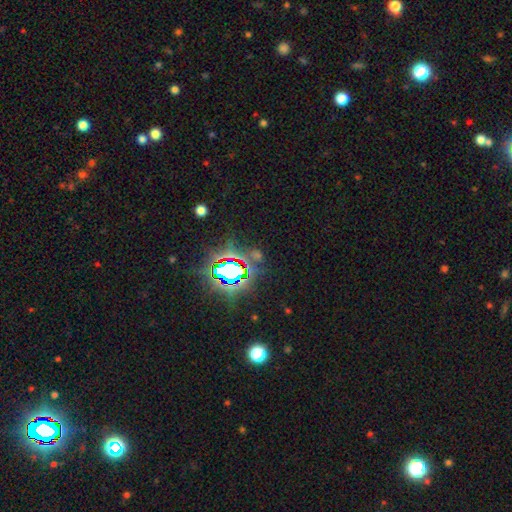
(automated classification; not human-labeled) A star or artifact, not a galaxy (73%).